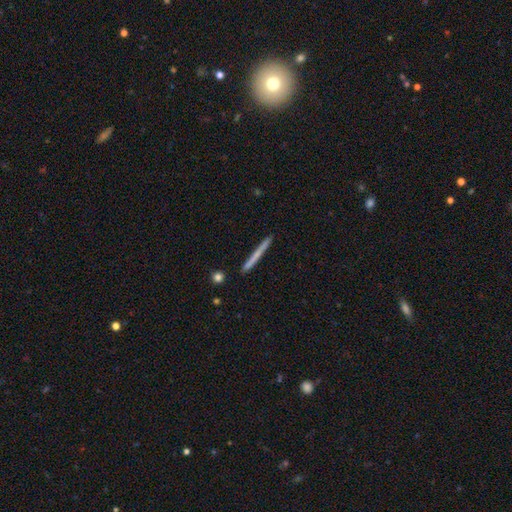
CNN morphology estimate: This appears to be a smooth galaxy with no disk features (55%) that is cigar-shaped (97%). Merging: none (91%).